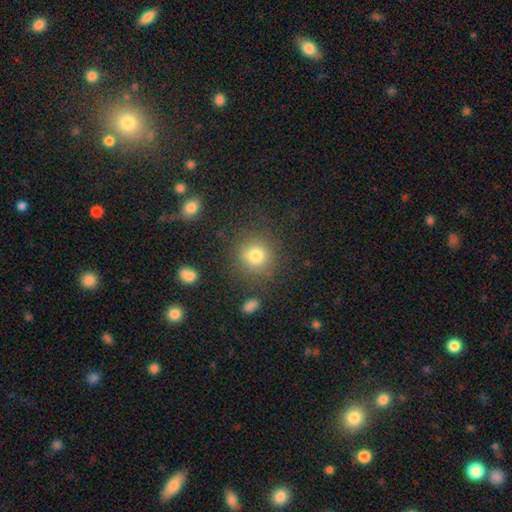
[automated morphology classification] smooth 77%, star or artifact 14%, featured or disk 9%. Down the decision tree: how rounded — round (88%); merging — none (79%).